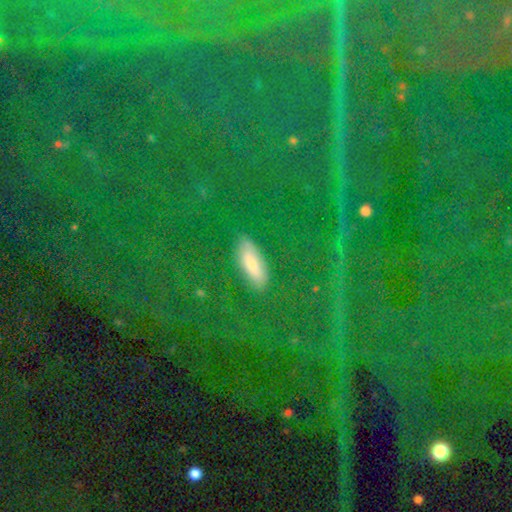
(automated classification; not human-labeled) This is possibly a star or artifact rather than a galaxy (49%).